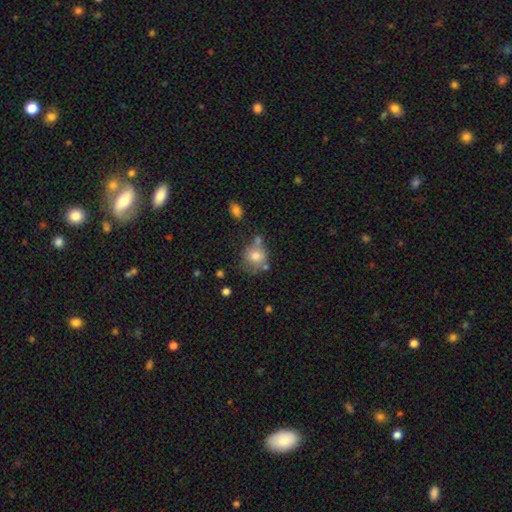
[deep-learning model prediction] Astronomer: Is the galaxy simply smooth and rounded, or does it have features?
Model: smooth — 73%.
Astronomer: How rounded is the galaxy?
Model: round — 75%.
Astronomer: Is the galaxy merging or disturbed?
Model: none — 49%.